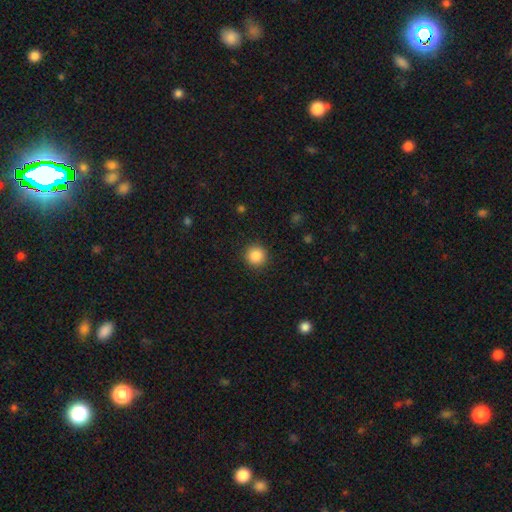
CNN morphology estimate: smooth_or_featured: smooth (p=0.87) [alt: star or artifact p=0.10]
how_rounded: round (p=0.94) [alt: in between p=0.05]
merging: none (p=0.91) [alt: minor disturbance p=0.06]